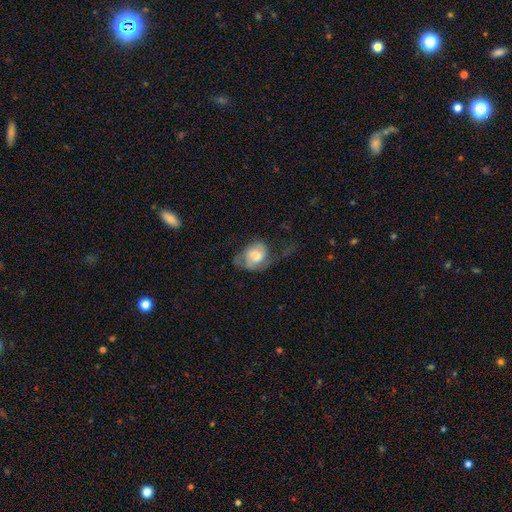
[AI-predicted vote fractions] Smooth or featured? smooth (52%)
How rounded? in between (62%)
Merging? major disturbance (45%)